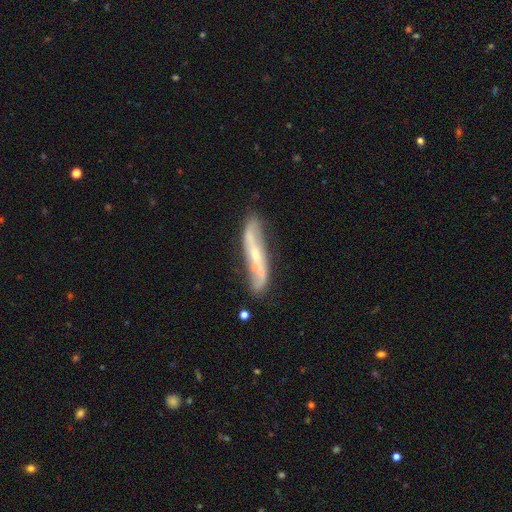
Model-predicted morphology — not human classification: Smooth or featured? featured or disk (76%)
Edge-on disk? no (66%)
Merging? none (60%)